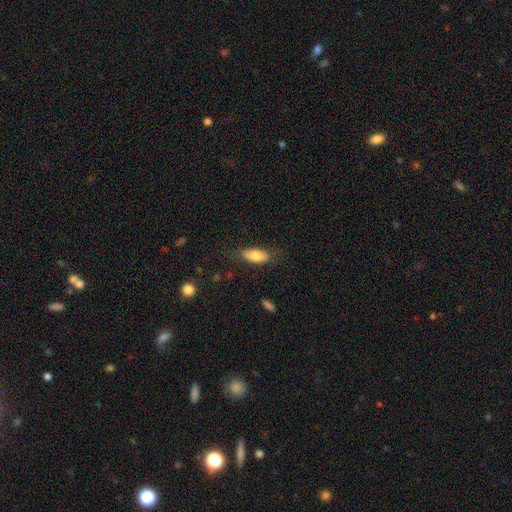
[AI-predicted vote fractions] Smooth or featured: smooth — 76% (featured or disk — 17%)
How rounded: in between — 81% (cigar-shaped — 16%)
Merging: none — 72% (minor disturbance — 20%)